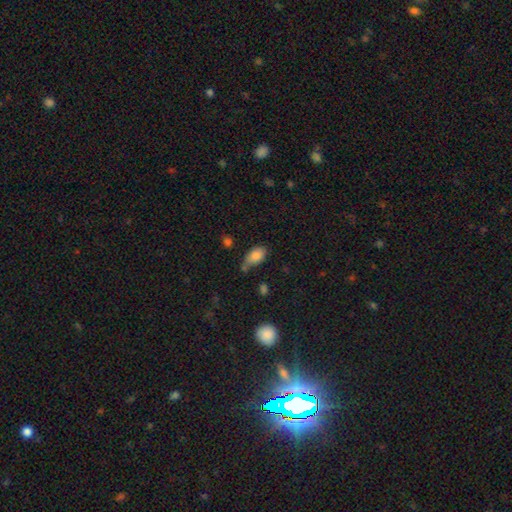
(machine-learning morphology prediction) smooth_or_featured: smooth (p=0.83) [alt: star or artifact p=0.09]
how_rounded: in between (p=0.90) [alt: round p=0.08]
merging: none (p=0.52) [alt: minor disturbance p=0.30]